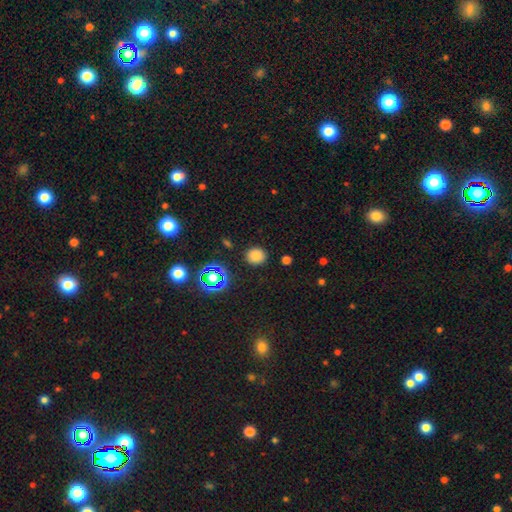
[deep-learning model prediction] smooth-or-featured: smooth: 77% | star or artifact: 17% | featured or disk: 6%
  how-rounded: round: 79% | in between: 20% | cigar-shaped: 1%
  merging: none: 88% | minor disturbance: 8% | major disturbance: 3% | merger: 2%